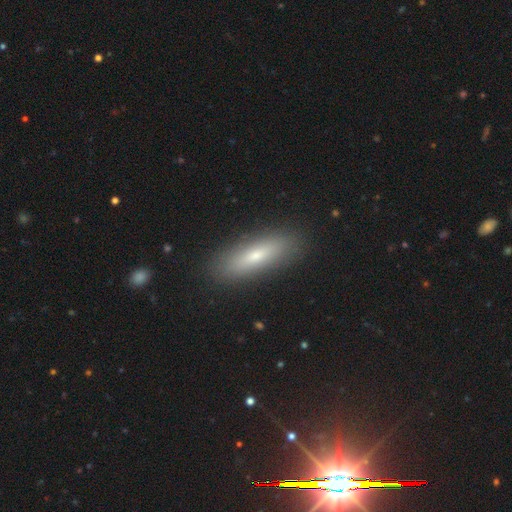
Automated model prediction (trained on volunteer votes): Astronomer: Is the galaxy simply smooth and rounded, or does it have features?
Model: smooth — 65%.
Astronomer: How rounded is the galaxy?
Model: cigar-shaped — 58% (runner-up: in between, 39%).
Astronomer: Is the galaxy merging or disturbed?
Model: none — 88%.